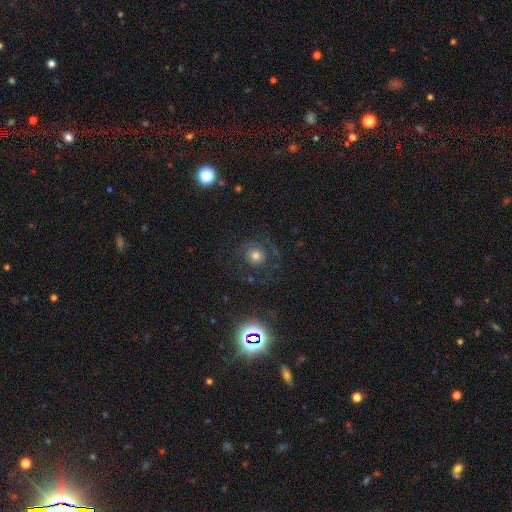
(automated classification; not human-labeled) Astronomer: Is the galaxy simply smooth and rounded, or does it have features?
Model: smooth — 46% (runner-up: featured or disk, 37%).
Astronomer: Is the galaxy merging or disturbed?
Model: none — 69%.